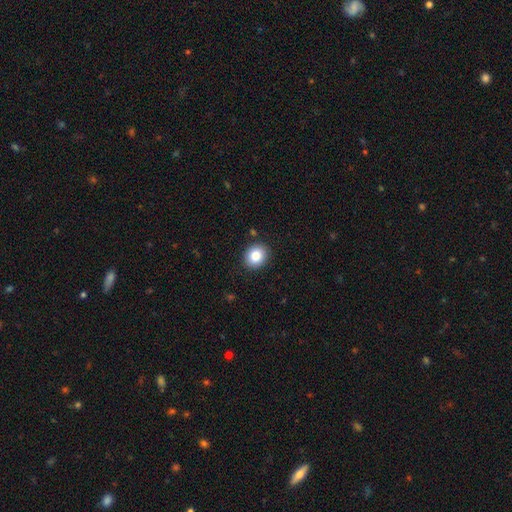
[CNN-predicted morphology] A smooth galaxy with no disk features (84%) that is round (64%). Merging: none (89%).